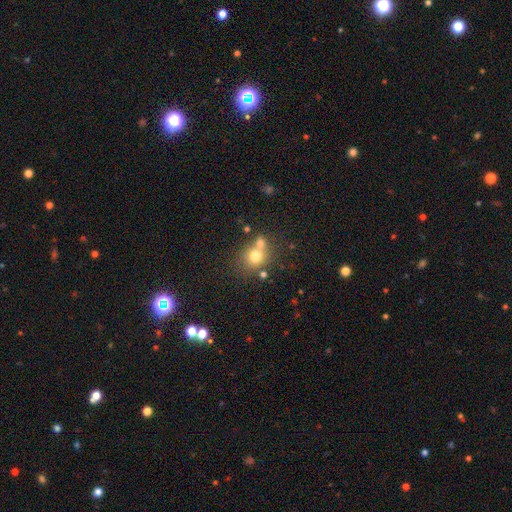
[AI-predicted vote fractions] Smooth or featured?
  - smooth: 72% *
  - featured or disk: 14%
  - star or artifact: 13%
How rounded?
  - round: 73% *
  - in between: 26%
  - cigar-shaped: 1%
Merging?
  - none: 47% *
  - merger: 40%
  - minor disturbance: 10%
  - major disturbance: 4%